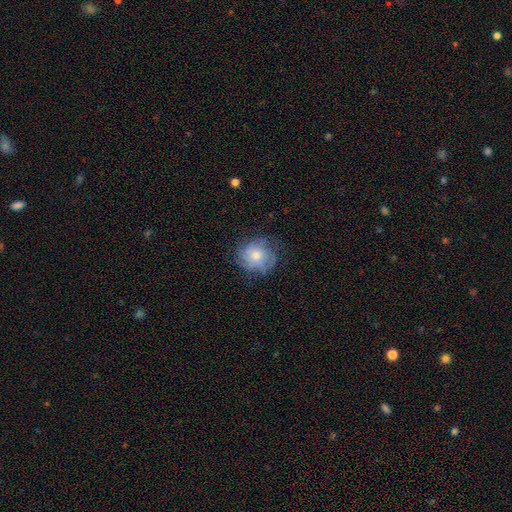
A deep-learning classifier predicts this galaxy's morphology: This appears to be a smooth galaxy with no disk features (54%) that is round (83%). Merging: none (66%).